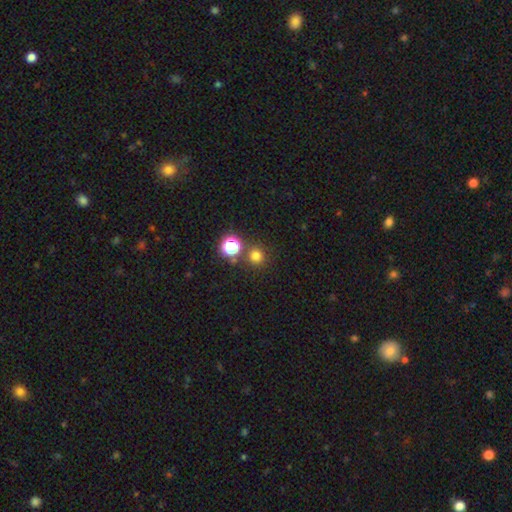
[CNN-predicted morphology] Smooth or featured?
  - smooth: 73% *
  - star or artifact: 21%
  - featured or disk: 5%
How rounded?
  - round: 94% *
  - in between: 5%
  - cigar-shaped: 1%
Merging?
  - none: 83% *
  - merger: 9%
  - minor disturbance: 6%
  - major disturbance: 3%